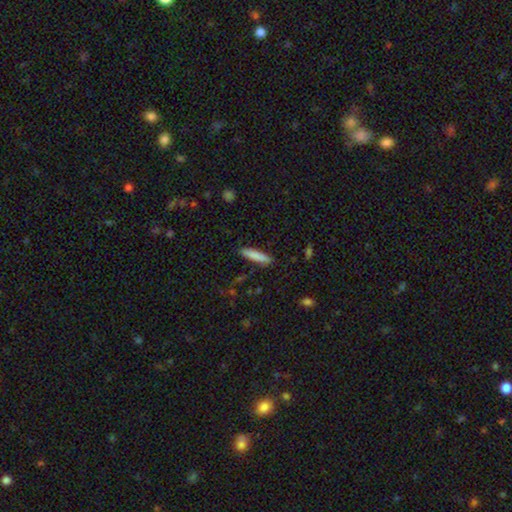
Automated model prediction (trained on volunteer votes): This appears to be a smooth galaxy with no disk features (84%) that is cigar-shaped (85%). Merging: none (89%).